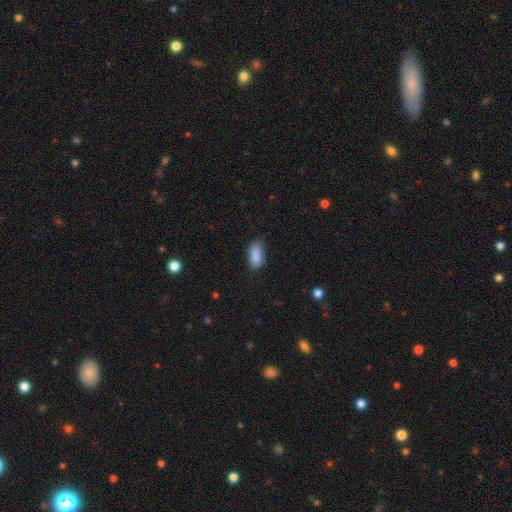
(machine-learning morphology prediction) Overall: smooth (89%). How rounded: in between (88%). Merging: none (78%).